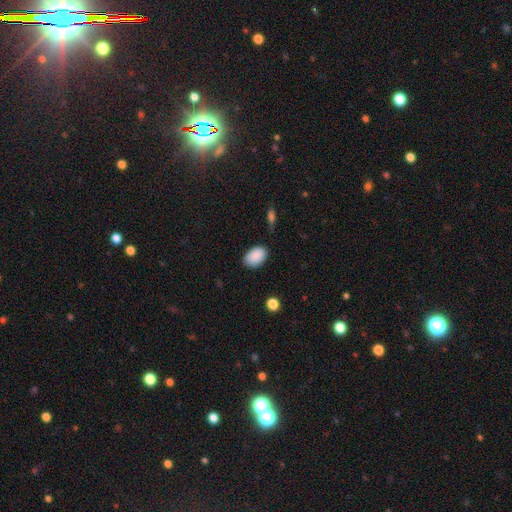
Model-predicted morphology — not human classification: Overall: smooth (89%). How rounded: in between (89%). Merging: none (80%).